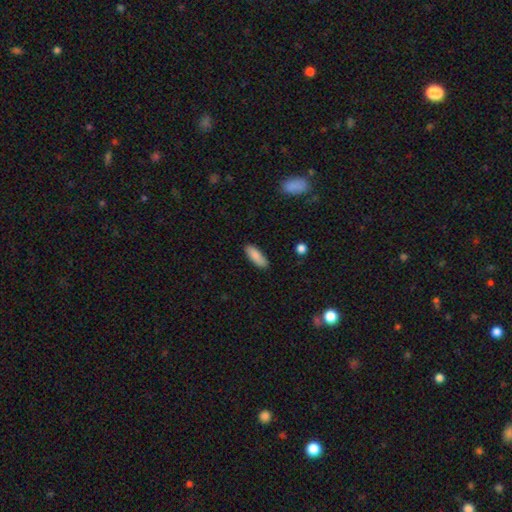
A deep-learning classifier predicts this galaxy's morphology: Q: Smooth or featured?
A: smooth (87%); runner-up: featured or disk (7%)
Q: How rounded?
A: in between (66%); runner-up: cigar-shaped (32%)
Q: Merging?
A: none (86%); runner-up: minor disturbance (10%)